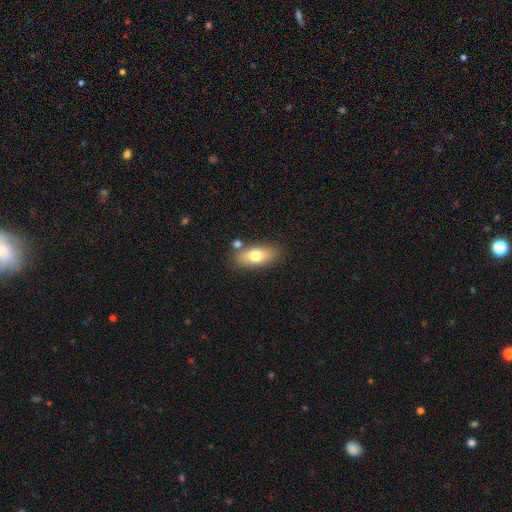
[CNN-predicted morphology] A smooth galaxy with no disk features (72%) that is in between round and cigar-shaped (82%). Merging: none (76%).